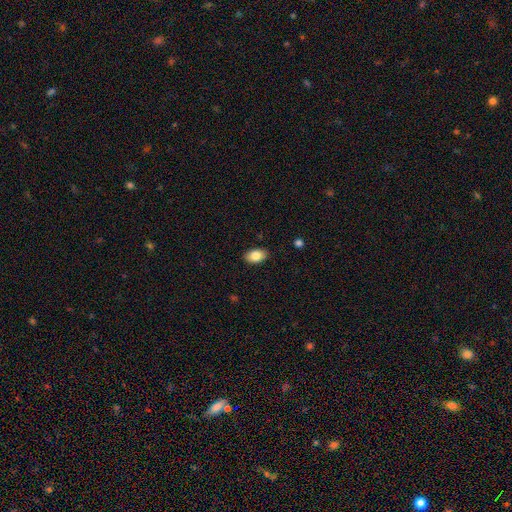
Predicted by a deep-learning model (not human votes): This is clearly a smooth galaxy (84%). How rounded: clearly in between (88%). Merging: clearly none (87%).